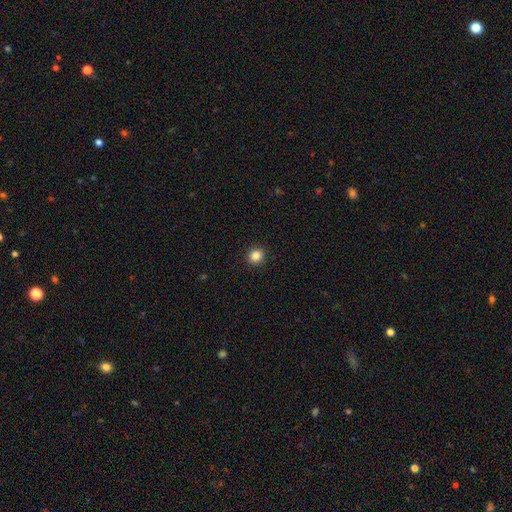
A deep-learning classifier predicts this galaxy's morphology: A smooth galaxy with no disk features (85%) that is round (88%). Merging: none (92%).